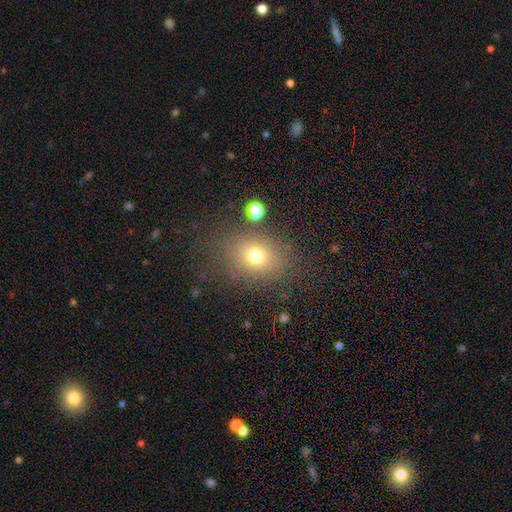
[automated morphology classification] Smooth or featured?
  - smooth: 71% *
  - star or artifact: 17%
  - featured or disk: 12%
How rounded?
  - in between: 55% *
  - round: 44%
  - cigar-shaped: 1%
Merging?
  - none: 78% *
  - minor disturbance: 12%
  - major disturbance: 7%
  - merger: 4%